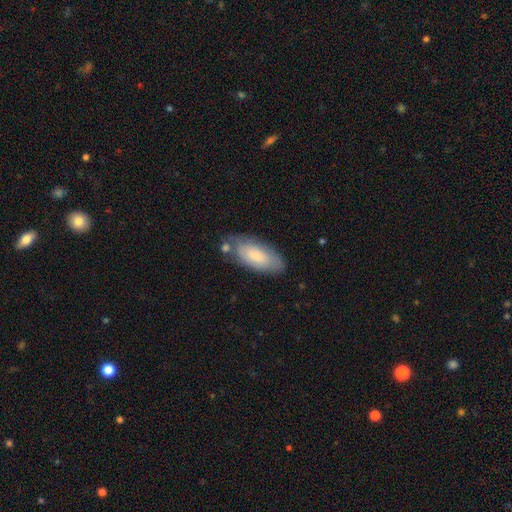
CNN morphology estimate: Smooth or featured?
  - smooth: 77% *
  - featured or disk: 18%
  - star or artifact: 6%
How rounded?
  - in between: 86% *
  - cigar-shaped: 12%
  - round: 2%
Merging?
  - none: 65% *
  - minor disturbance: 22%
  - merger: 8%
  - major disturbance: 5%